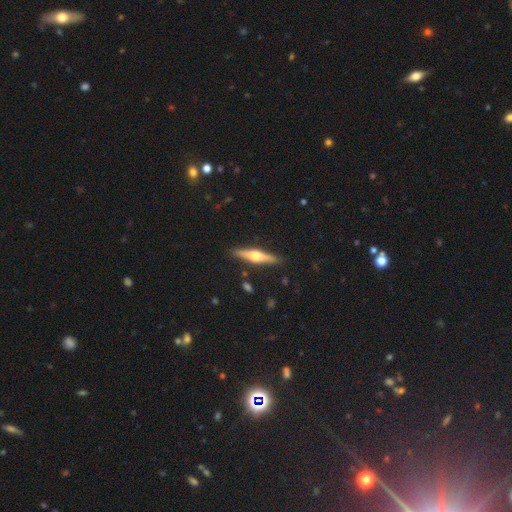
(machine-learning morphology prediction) A featured or disk galaxy (63%) viewed edge-on (96%) with a rounded central bulge (93%). Merging: none (89%).